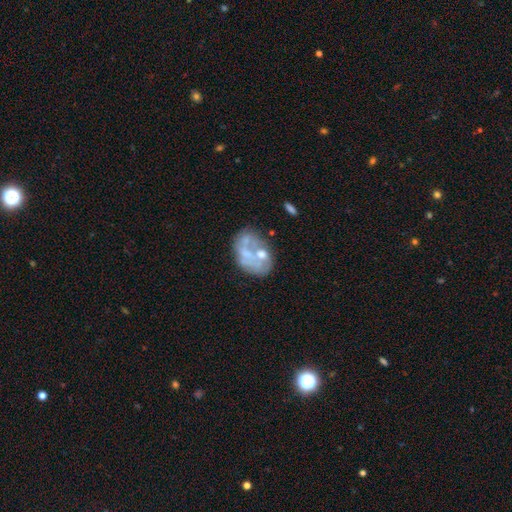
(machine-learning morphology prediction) Q: Smooth or featured?
A: featured or disk (61%); runner-up: smooth (30%)
Q: Edge-on disk?
A: no (98%); runner-up: yes (2%)
Q: Bar?
A: no (88%); runner-up: weak (10%)
Q: Spiral arms?
A: no (84%); runner-up: yes (16%)
Q: Bulge size?
A: none (39%); runner-up: moderate (33%)
Q: Merging?
A: none (43%); runner-up: minor disturbance (22%)